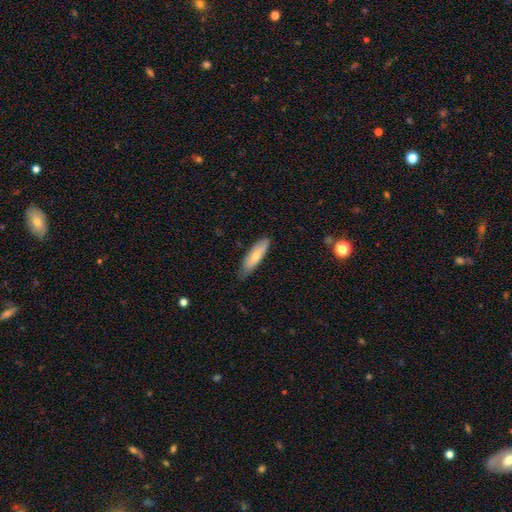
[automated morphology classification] Smooth or featured? smooth (71%)
How rounded? cigar-shaped (54%)
Merging? none (71%)